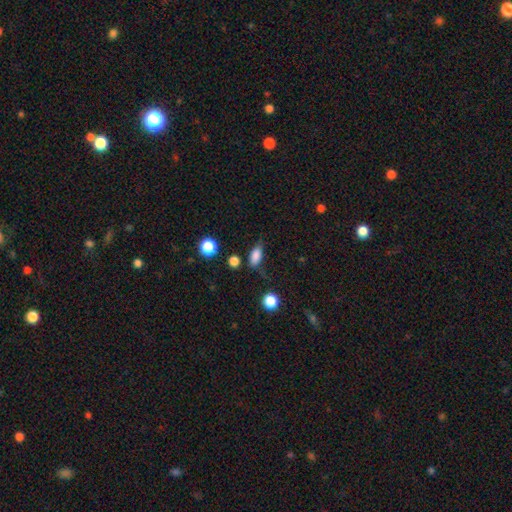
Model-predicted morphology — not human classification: smooth 81%, featured or disk 9%, star or artifact 9%. Down the decision tree: how rounded — in between (81%); merging — none (61%).